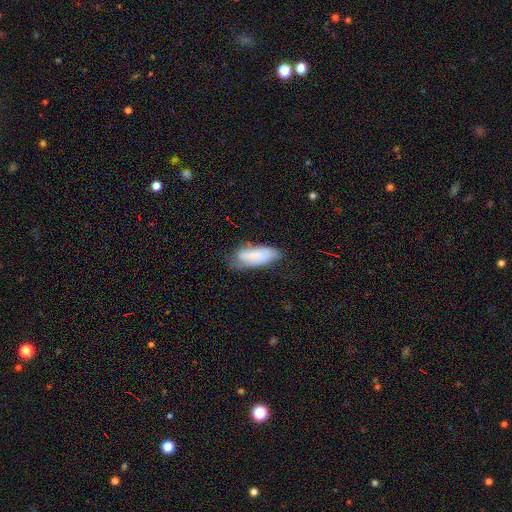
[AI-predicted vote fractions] Smooth or featured?
  - smooth: 69% *
  - featured or disk: 24%
  - star or artifact: 7%
How rounded?
  - in between: 75% *
  - cigar-shaped: 23%
  - round: 2%
Merging?
  - none: 50% *
  - minor disturbance: 34%
  - major disturbance: 13%
  - merger: 3%